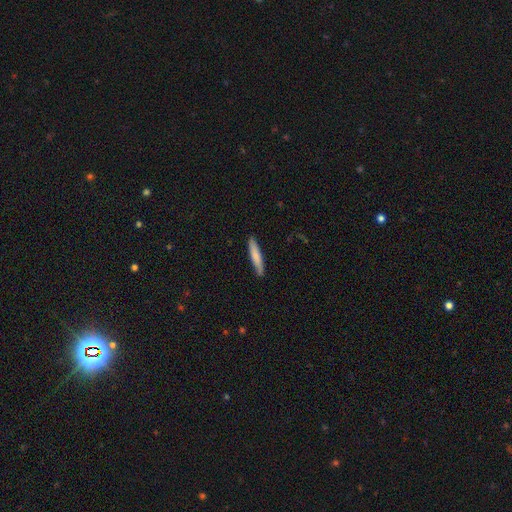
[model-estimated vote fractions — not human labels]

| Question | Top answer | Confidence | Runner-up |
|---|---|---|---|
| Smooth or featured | smooth | 76% | featured or disk (19%) |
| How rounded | cigar-shaped | 91% | in between (8%) |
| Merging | none | 87% | minor disturbance (10%) |